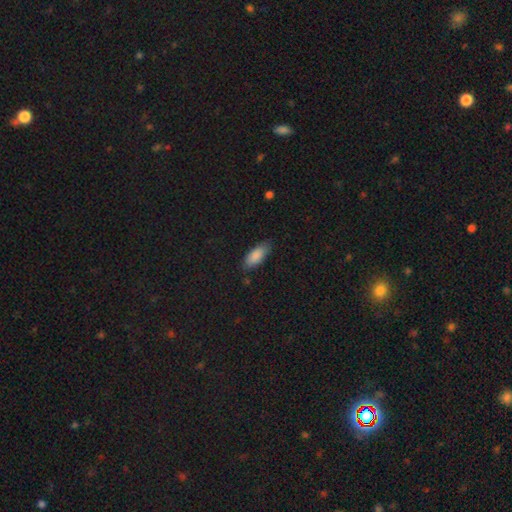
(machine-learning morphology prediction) smooth 87%, featured or disk 6%, star or artifact 6%. Down the decision tree: how rounded — in between (84%); merging — none (79%).